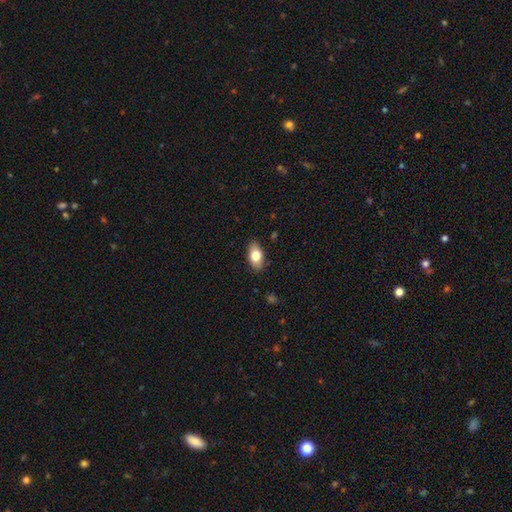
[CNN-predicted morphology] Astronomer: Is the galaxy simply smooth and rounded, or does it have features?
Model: smooth — 77%.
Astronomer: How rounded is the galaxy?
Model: in between — 90%.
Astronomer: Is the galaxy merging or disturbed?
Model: none — 86%.